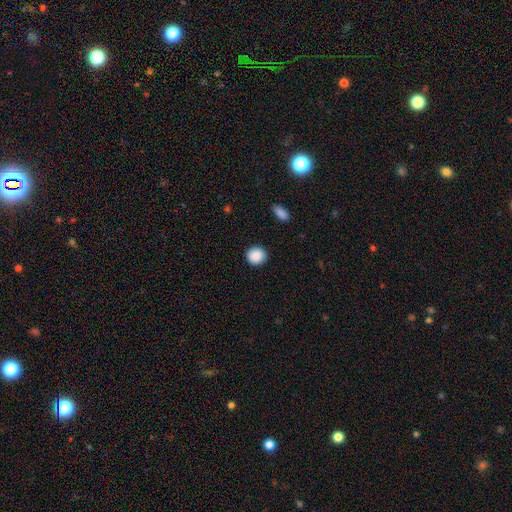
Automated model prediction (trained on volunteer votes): smooth-or-featured: smooth: 90% | star or artifact: 8% | featured or disk: 2%
  how-rounded: round: 91% | in between: 8% | cigar-shaped: 1%
  merging: none: 91% | minor disturbance: 6% | major disturbance: 2% | merger: 1%